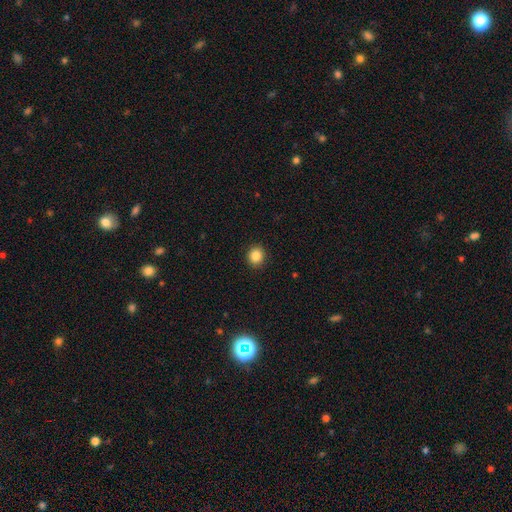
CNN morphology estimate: smooth 86%, star or artifact 10%, featured or disk 4%. Down the decision tree: how rounded — round (84%); merging — none (92%).